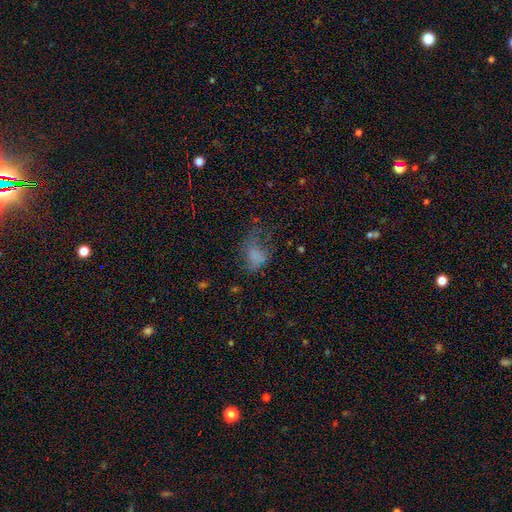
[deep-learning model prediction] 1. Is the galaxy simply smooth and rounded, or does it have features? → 58% smooth, 24% featured or disk, 18% star or artifact.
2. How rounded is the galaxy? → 78% in between, 21% round, 2% cigar-shaped.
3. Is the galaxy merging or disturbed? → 47% major disturbance, 26% none, 22% minor disturbance, 4% merger.